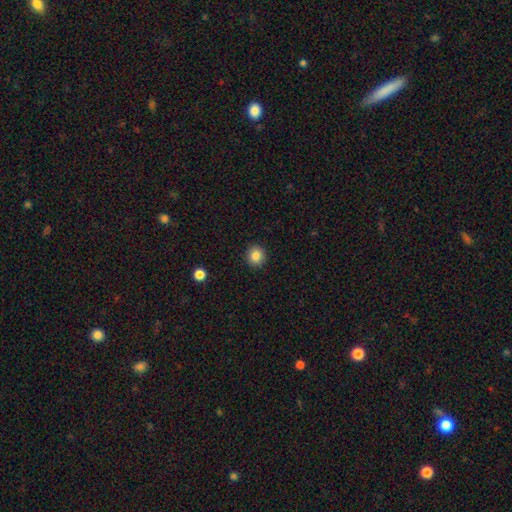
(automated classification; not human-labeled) A smooth galaxy with no disk features (85%) that is round (88%). Merging: none (92%).